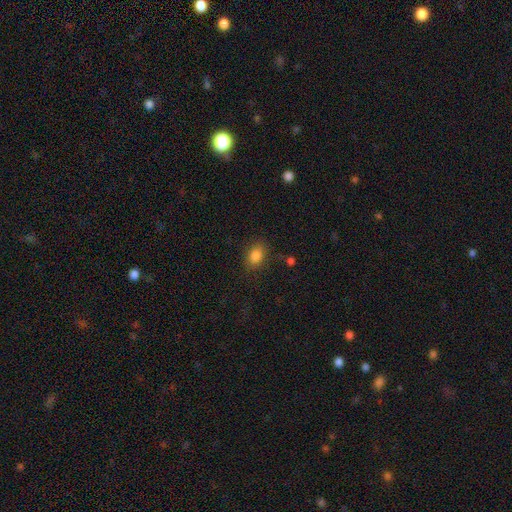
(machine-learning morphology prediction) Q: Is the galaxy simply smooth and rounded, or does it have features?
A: smooth — 84%.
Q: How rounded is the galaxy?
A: in between — 75%.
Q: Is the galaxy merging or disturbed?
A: none — 81%.